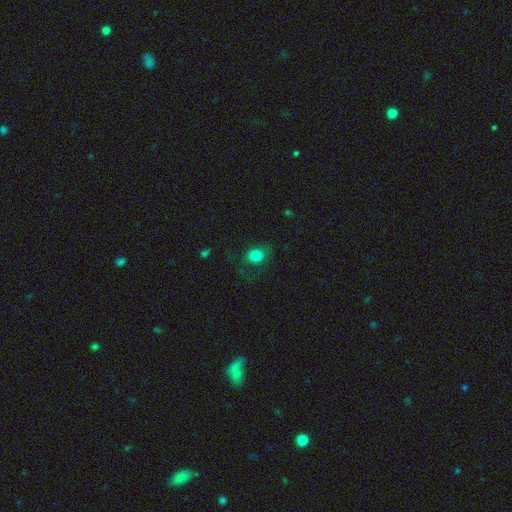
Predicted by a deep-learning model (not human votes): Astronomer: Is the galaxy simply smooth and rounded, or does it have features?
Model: smooth — 80%.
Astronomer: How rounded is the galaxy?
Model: round — 67%.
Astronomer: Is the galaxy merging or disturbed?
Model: none — 76%.